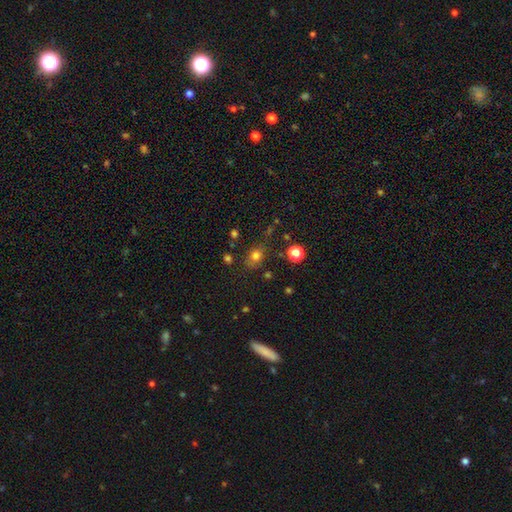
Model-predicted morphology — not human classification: type=smooth (75%); roundness=round (53%); merging=none (68%).